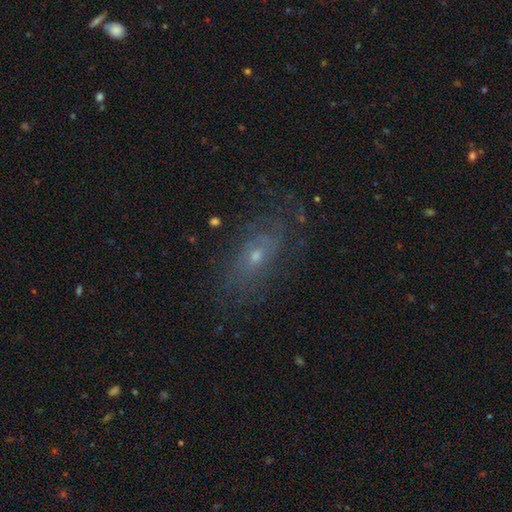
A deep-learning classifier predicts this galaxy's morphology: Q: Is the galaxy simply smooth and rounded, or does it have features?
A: featured or disk — 50%.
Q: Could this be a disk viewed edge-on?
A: no — 84%.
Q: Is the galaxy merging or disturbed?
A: none — 71%.